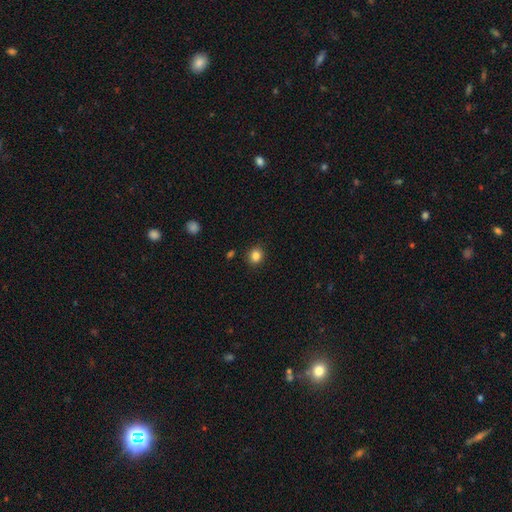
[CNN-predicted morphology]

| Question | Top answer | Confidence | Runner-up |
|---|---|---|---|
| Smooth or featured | smooth | 85% | star or artifact (11%) |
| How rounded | round | 75% | in between (24%) |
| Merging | none | 89% | minor disturbance (7%) |